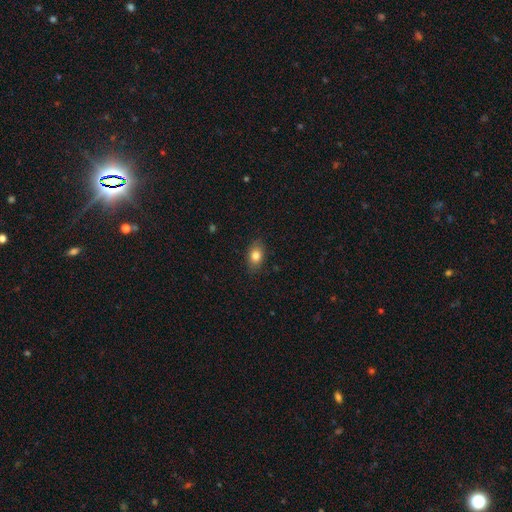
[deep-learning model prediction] smooth_or_featured: smooth (p=0.82) [alt: featured or disk p=0.09]
how_rounded: in between (p=0.78) [alt: round p=0.20]
merging: none (p=0.84) [alt: minor disturbance p=0.12]